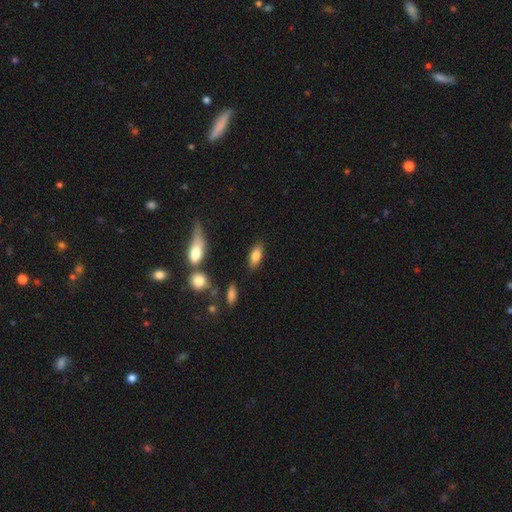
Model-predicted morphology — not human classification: smooth-or-featured: smooth: 79% | featured or disk: 14% | star or artifact: 8%
  how-rounded: in between: 82% | cigar-shaped: 14% | round: 4%
  merging: none: 79% | minor disturbance: 13% | merger: 4% | major disturbance: 4%